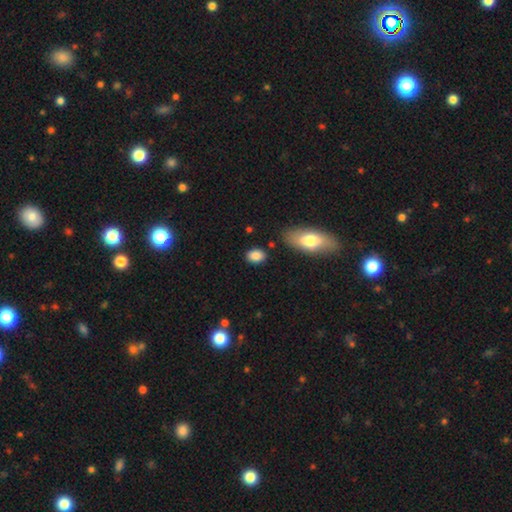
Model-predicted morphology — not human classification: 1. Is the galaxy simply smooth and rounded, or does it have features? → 87% smooth, 8% star or artifact, 5% featured or disk.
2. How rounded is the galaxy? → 76% in between, 22% round, 2% cigar-shaped.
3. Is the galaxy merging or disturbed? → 81% none, 12% minor disturbance, 4% merger, 3% major disturbance.